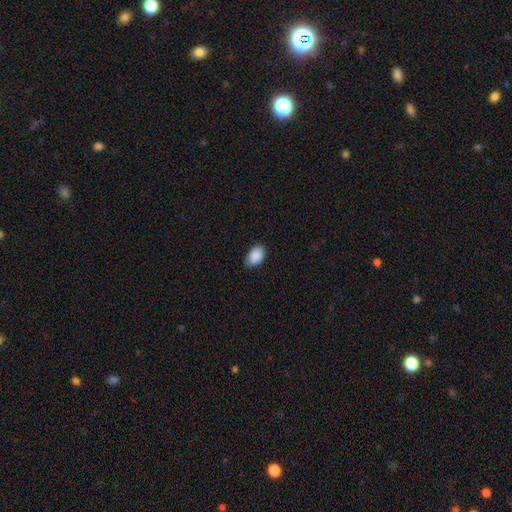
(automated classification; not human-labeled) This appears to be a smooth galaxy with no disk features (90%) that is in between round and cigar-shaped (90%). Merging: none (79%).